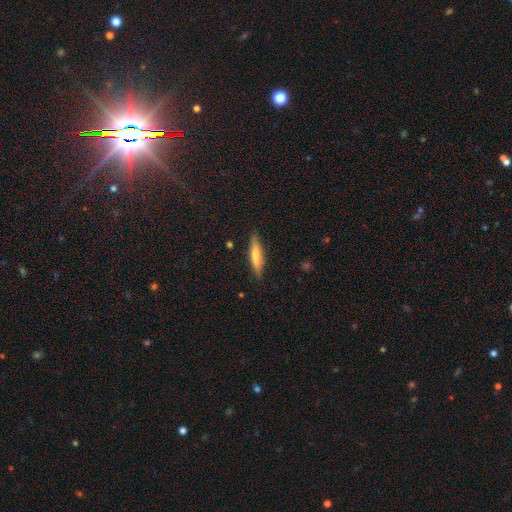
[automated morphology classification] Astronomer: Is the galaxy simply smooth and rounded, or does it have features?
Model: smooth — 66%.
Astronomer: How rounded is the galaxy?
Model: cigar-shaped — 83%.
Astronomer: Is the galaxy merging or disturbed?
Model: none — 84%.